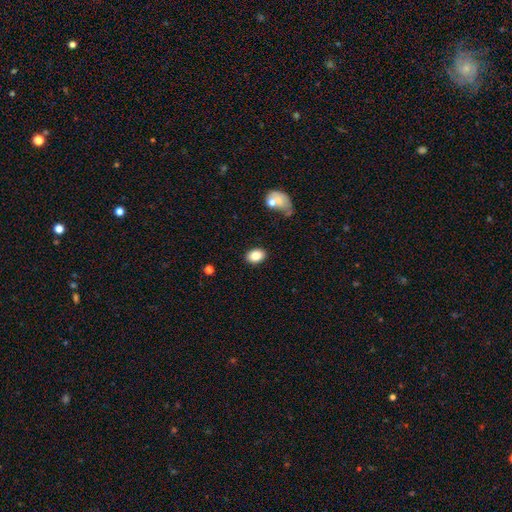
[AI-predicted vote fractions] Smooth or featured: smooth — 85% (star or artifact — 8%)
How rounded: in between — 79% (round — 20%)
Merging: none — 87% (minor disturbance — 9%)